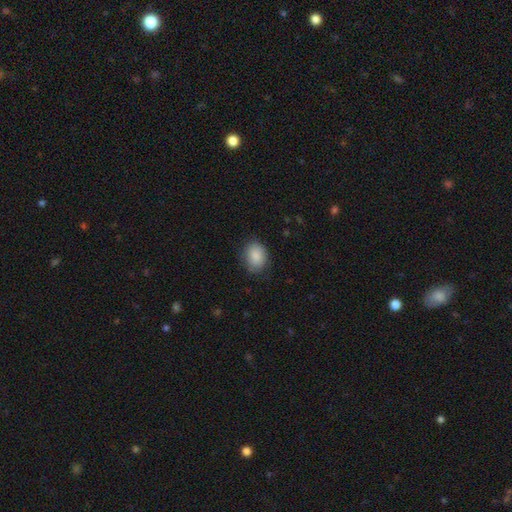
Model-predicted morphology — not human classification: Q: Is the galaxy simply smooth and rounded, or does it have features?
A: smooth — 87%.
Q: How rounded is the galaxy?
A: in between — 66%.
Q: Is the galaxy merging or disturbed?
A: none — 78%.